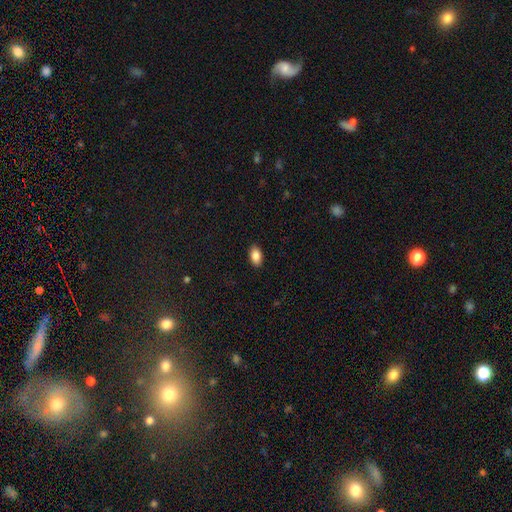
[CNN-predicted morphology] The model was most divided on "smooth or featured": smooth: 88%, star or artifact: 8%, featured or disk: 5%. More confident: how rounded — in between (92%); merging — none (90%).